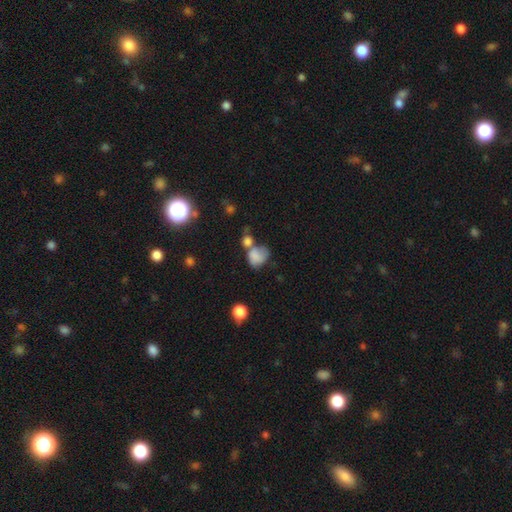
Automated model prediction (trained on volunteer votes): Smooth or featured? Predicted: smooth (p=0.75). How rounded? Predicted: in between (p=0.52). Merging? Predicted: merger (p=0.38).